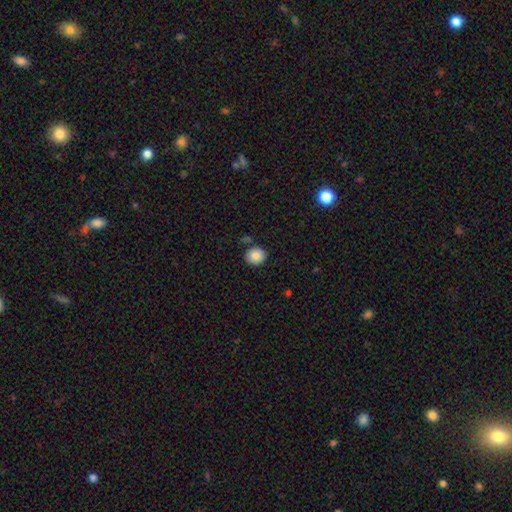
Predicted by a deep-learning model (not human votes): Smooth or featured? Predicted: smooth (p=0.86). How rounded? Predicted: round (p=0.77). Merging? Predicted: none (p=0.83).